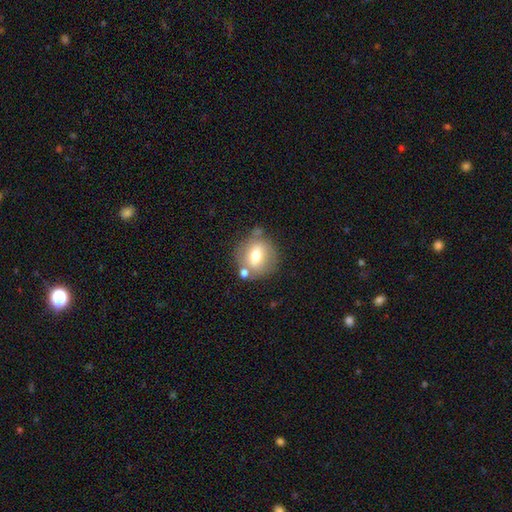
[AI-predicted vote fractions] Q: Smooth or featured?
A: smooth (65%); runner-up: featured or disk (26%)
Q: How rounded?
A: round (82%); runner-up: in between (17%)
Q: Merging?
A: none (68%); runner-up: minor disturbance (15%)